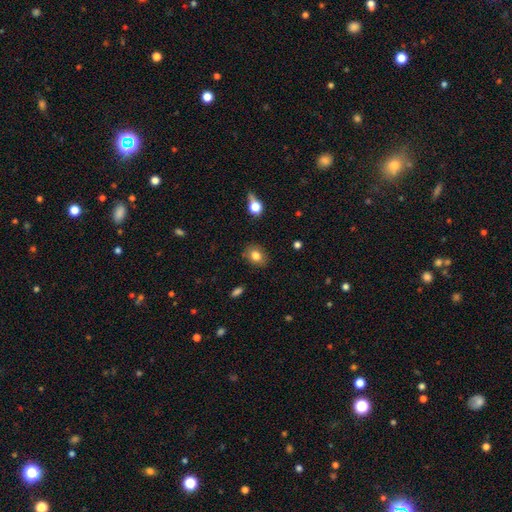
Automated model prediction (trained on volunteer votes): Smooth or featured: smooth — 80% (featured or disk — 10%)
How rounded: in between — 55% (round — 44%)
Merging: none — 85% (minor disturbance — 10%)